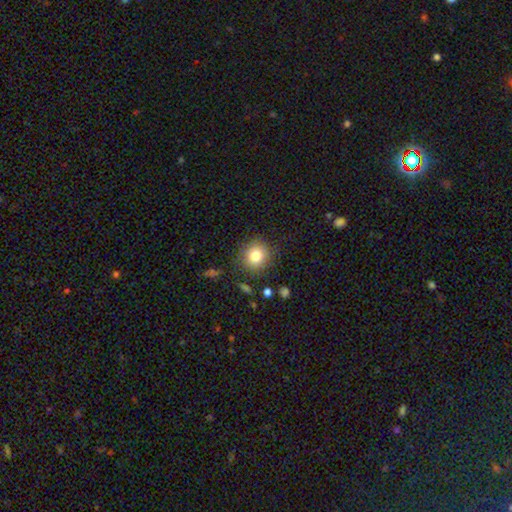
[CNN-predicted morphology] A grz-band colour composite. It shows a smooth galaxy with no disk features (82%) that is round (86%). Merging: none (84%).